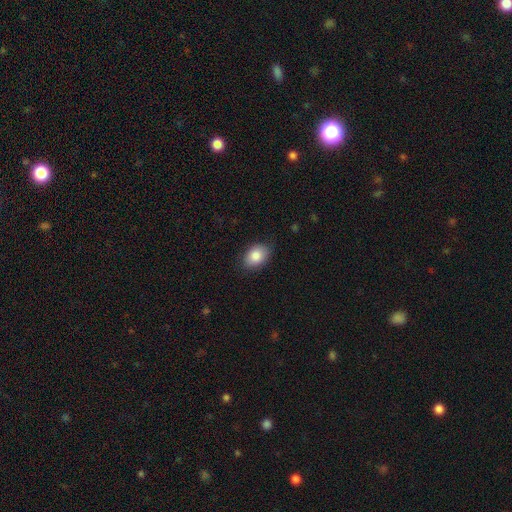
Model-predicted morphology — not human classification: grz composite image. It shows a smooth galaxy with no disk features (85%) that is in between round and cigar-shaped (82%). Merging: none (82%).